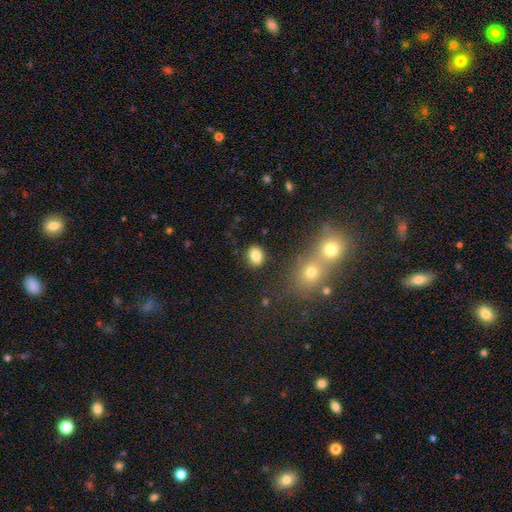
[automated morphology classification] Smooth or featured?
  - smooth: 83% *
  - star or artifact: 10%
  - featured or disk: 6%
How rounded?
  - round: 54% *
  - in between: 45%
  - cigar-shaped: 1%
Merging?
  - none: 86% *
  - minor disturbance: 8%
  - merger: 3%
  - major disturbance: 3%